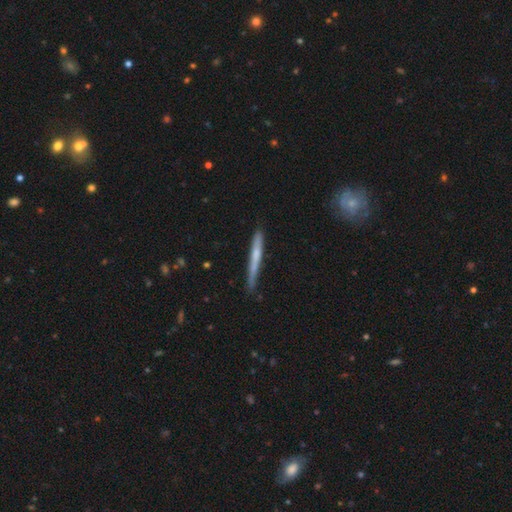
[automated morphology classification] Q: Smooth or featured?
A: smooth (52%); runner-up: featured or disk (42%)
Q: How rounded?
A: cigar-shaped (96%); runner-up: in between (2%)
Q: Merging?
A: none (77%); runner-up: minor disturbance (18%)